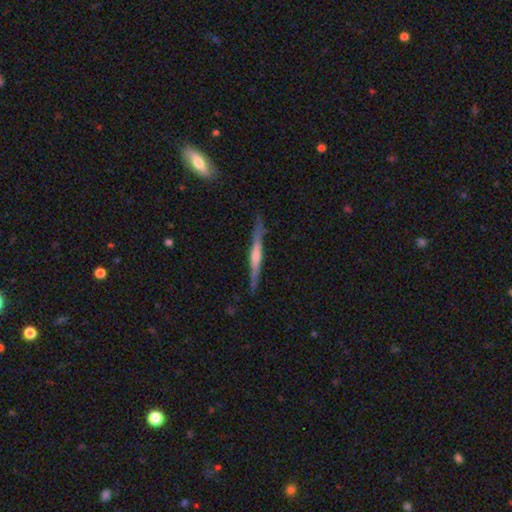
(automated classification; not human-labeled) A featured or disk galaxy (64%) viewed edge-on (97%) with a rounded central bulge (46%). Merging: none (84%).